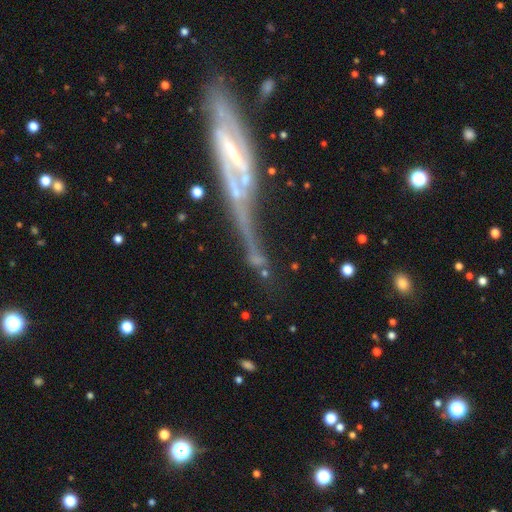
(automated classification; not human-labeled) smooth-or-featured: featured or disk: 66% | smooth: 17% | star or artifact: 17%
  disk-edge-on: yes: 53% | no: 47%
  merging: major disturbance: 33% (tied) | none: 33% (tied) | minor disturbance: 17% | merger: 17%